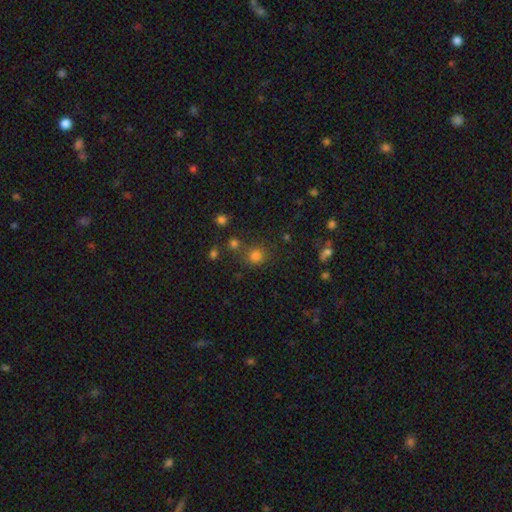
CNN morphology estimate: Smooth or featured?
  - smooth: 76% *
  - star or artifact: 18%
  - featured or disk: 6%
How rounded?
  - round: 85% *
  - in between: 14%
  - cigar-shaped: 1%
Merging?
  - none: 70% *
  - merger: 14%
  - minor disturbance: 11%
  - major disturbance: 5%